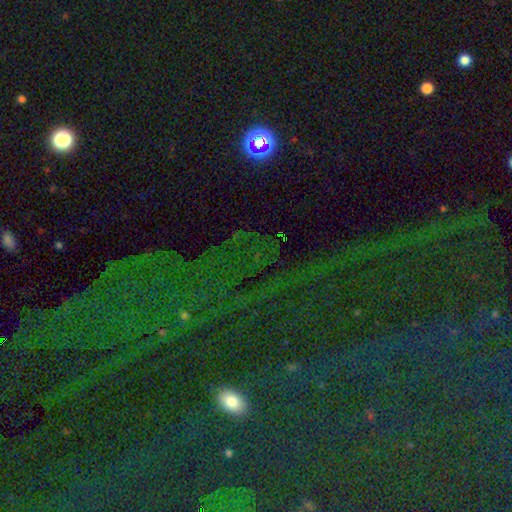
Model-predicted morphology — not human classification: star or artifact 69%, smooth 20%, featured or disk 10%.